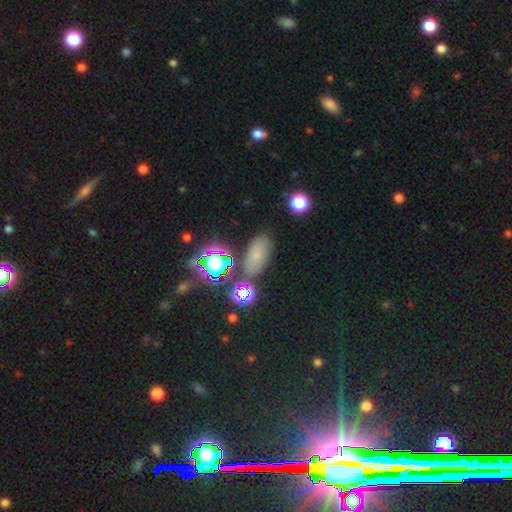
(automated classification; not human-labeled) smooth_or_featured: smooth (p=0.61) [alt: star or artifact p=0.27]
how_rounded: in between (p=0.85) [alt: round p=0.09]
merging: none (p=0.75) [alt: minor disturbance p=0.13]